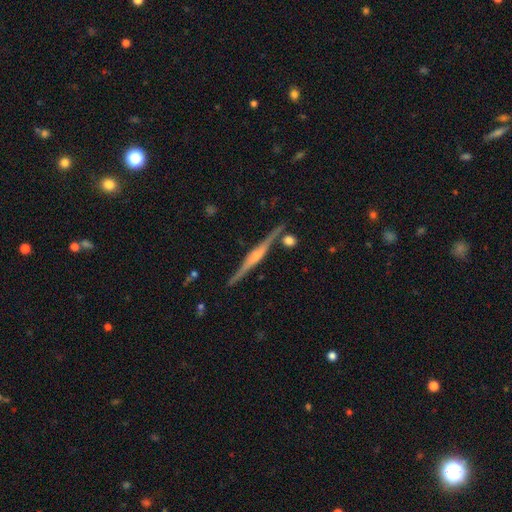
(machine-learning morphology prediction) Smooth or featured?
  - featured or disk: 84% *
  - smooth: 10%
  - star or artifact: 6%
Edge-on disk?
  - yes: 98% *
  - no: 2%
Edge-on bulge?
  - rounded: 71% *
  - boxy: 19%
  - none: 10%
Merging?
  - none: 85% *
  - minor disturbance: 9%
  - merger: 4%
  - major disturbance: 2%